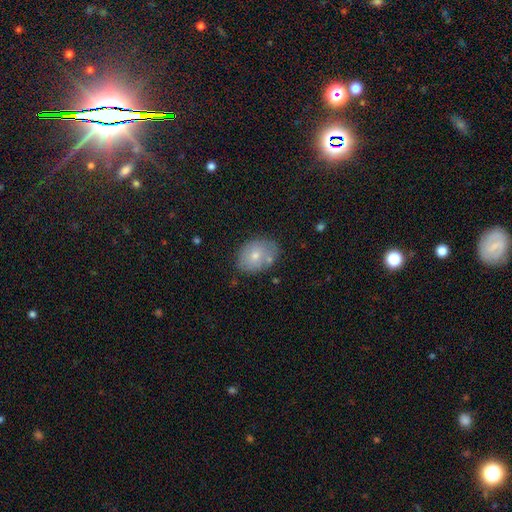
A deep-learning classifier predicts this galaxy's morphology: Q: Smooth or featured?
A: smooth (69%); runner-up: featured or disk (23%)
Q: How rounded?
A: in between (64%); runner-up: round (35%)
Q: Merging?
A: none (69%); runner-up: minor disturbance (19%)